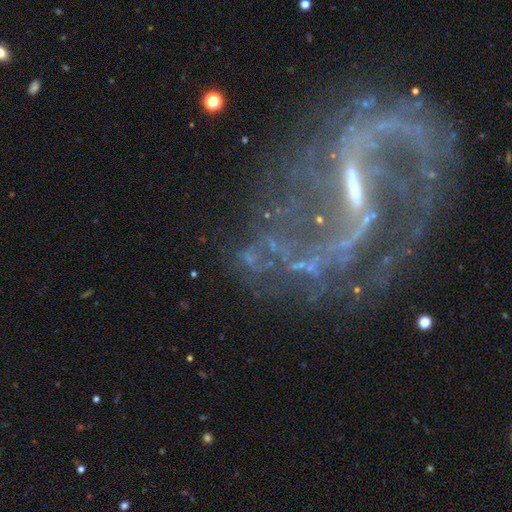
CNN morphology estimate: Smooth or featured? featured or disk (80%)
Edge-on disk? no (95%)
Bar? strong (41%)
Spiral arms? yes (78%)
Spiral winding? loose (56%)
Spiral arm count? 2 (50%)
Bulge size? small (46%)
Merging? none (47%)